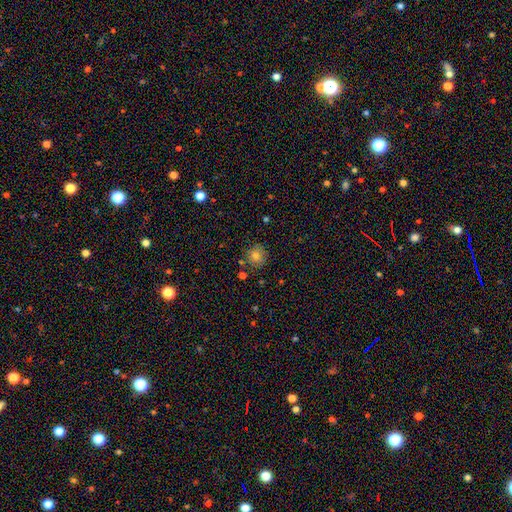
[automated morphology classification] This appears to be a smooth galaxy with no disk features (76%) that is round (90%). Merging: none (81%).